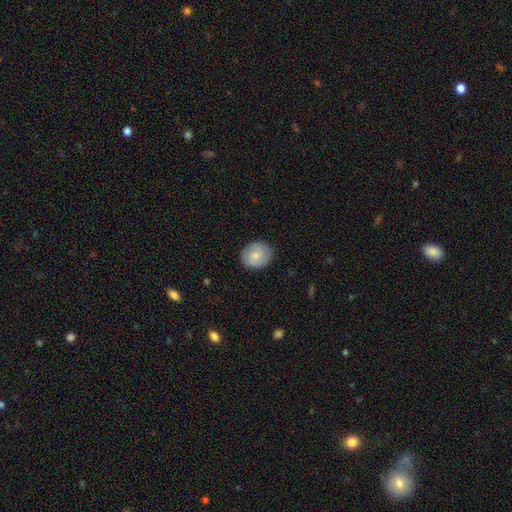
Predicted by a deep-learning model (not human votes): smooth-or-featured: smooth: 74% | featured or disk: 19% | star or artifact: 7%
  how-rounded: round: 76% | in between: 23% | cigar-shaped: 1%
  merging: none: 86% | minor disturbance: 10% | major disturbance: 2% | merger: 1%